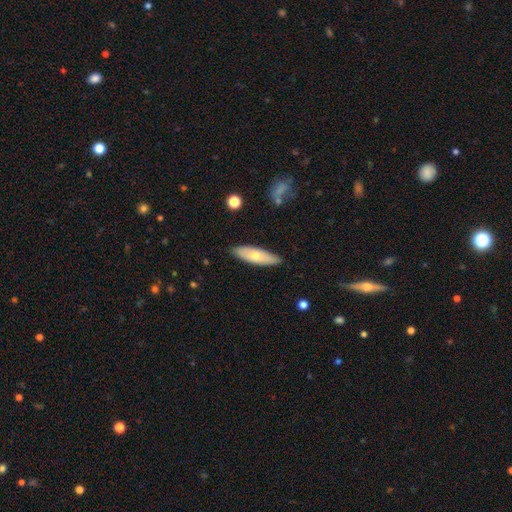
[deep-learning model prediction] Smooth or featured? smooth (61%)
How rounded? cigar-shaped (51%)
Merging? none (85%)